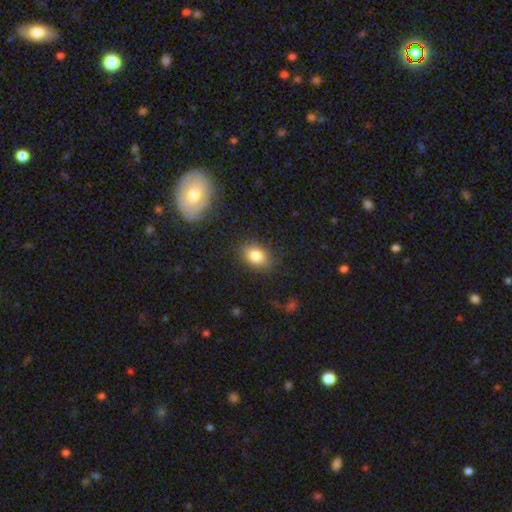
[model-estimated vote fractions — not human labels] The model was most divided on "how rounded": in between: 75%, round: 23%, cigar-shaped: 1%. More confident: merging — none (84%); smooth or featured — smooth (83%).